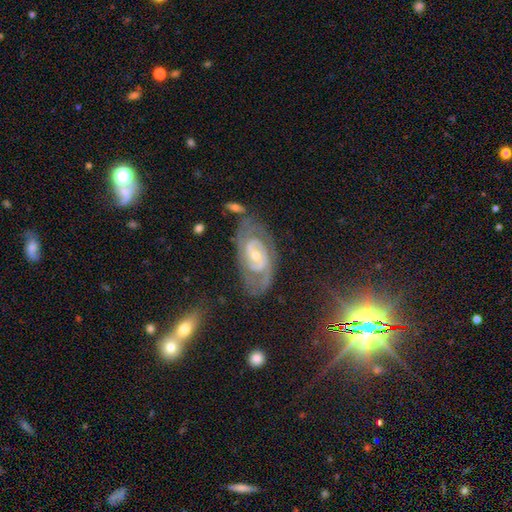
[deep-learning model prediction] featured or disk 86%, star or artifact 8%, smooth 7%. Down the decision tree: edge-on disk — no (96%); bar — no (49%); spiral arms — yes (95%); spiral arm count — 2 (71%); spiral winding — tight (59%); bulge size — small (57%); merging — none (68%).